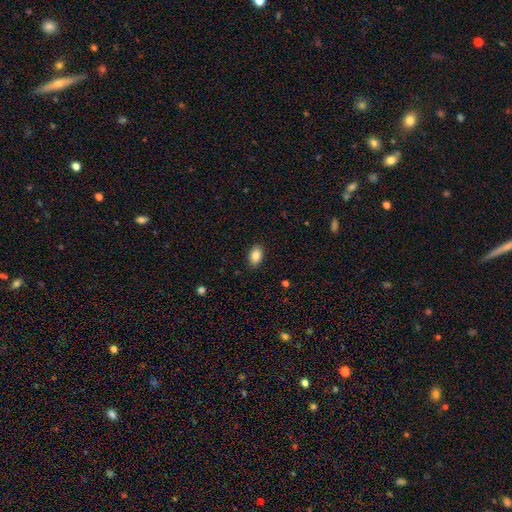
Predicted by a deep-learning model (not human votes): Overall: smooth (88%). How rounded: in between (89%). Merging: none (88%).